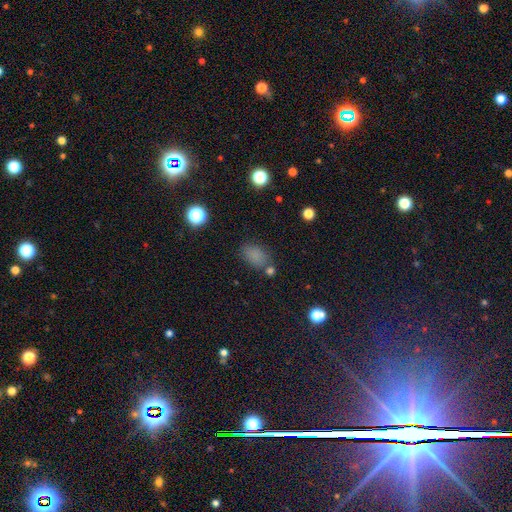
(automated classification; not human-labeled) A smooth galaxy with no disk features (76%) that is in between round and cigar-shaped (81%). Merging: none (70%).